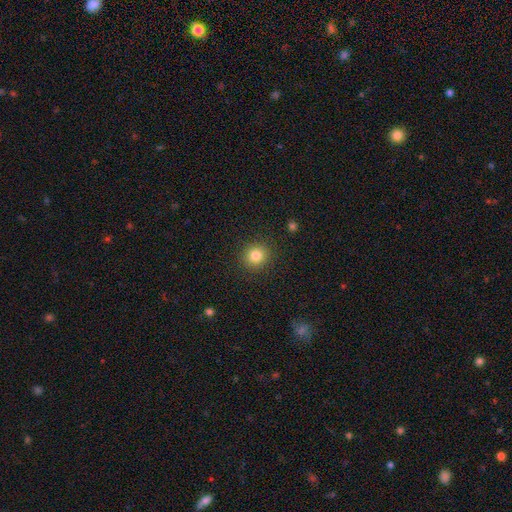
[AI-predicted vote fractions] The model was most divided on "smooth or featured": smooth: 82%, star or artifact: 12%, featured or disk: 6%. More confident: merging — none (91%); how rounded — round (89%).